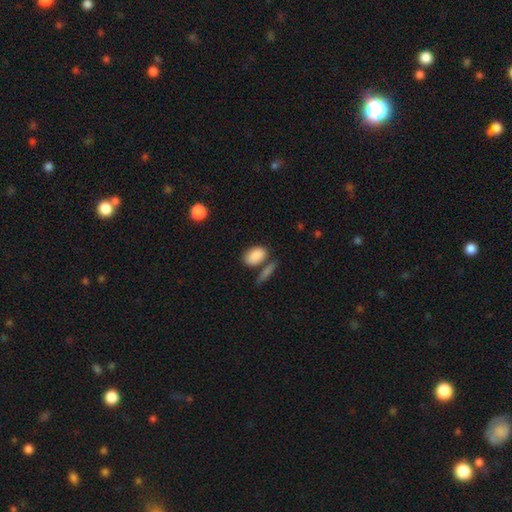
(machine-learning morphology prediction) Smooth or featured?
  - smooth: 87% *
  - star or artifact: 7%
  - featured or disk: 6%
How rounded?
  - in between: 88% *
  - round: 10%
  - cigar-shaped: 3%
Merging?
  - none: 62% *
  - merger: 18%
  - minor disturbance: 14%
  - major disturbance: 5%